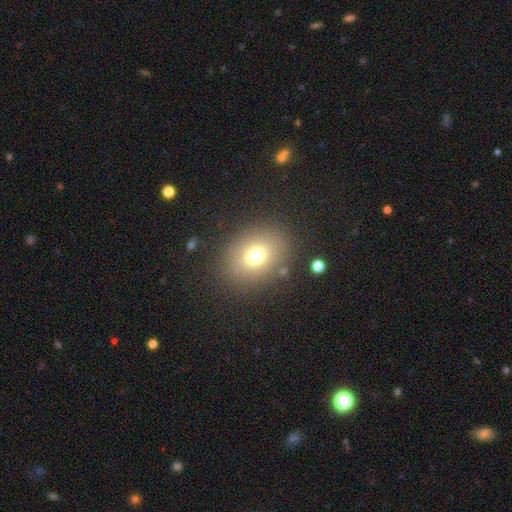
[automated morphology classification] A smooth galaxy with no disk features (73%) that is round (52%).

Vote fractions:
- Smooth or featured? smooth: 73% / star or artifact: 15% / featured or disk: 12%
- How rounded? round: 52% / in between: 47% / cigar-shaped: 1%
- Merging? none: 84% / minor disturbance: 9% / major disturbance: 5% / merger: 2%